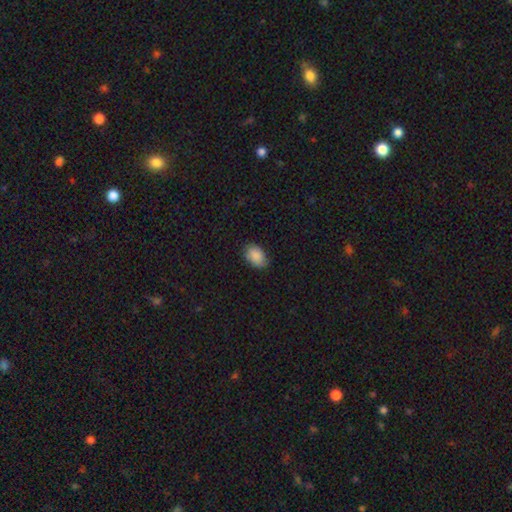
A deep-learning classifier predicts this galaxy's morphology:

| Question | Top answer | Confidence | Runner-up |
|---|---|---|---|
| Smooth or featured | smooth | 85% | star or artifact (8%) |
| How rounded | in between | 83% | round (16%) |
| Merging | none | 74% | minor disturbance (21%) |